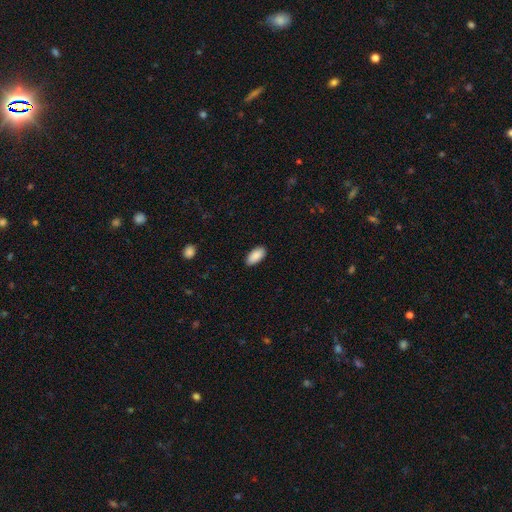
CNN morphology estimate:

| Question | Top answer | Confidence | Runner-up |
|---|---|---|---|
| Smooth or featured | smooth | 90% | star or artifact (6%) |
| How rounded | in between | 94% | cigar-shaped (4%) |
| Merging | none | 89% | minor disturbance (8%) |